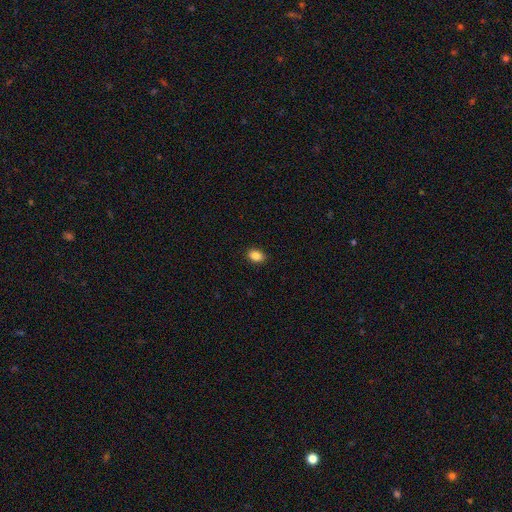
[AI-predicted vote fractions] Smooth or featured: smooth — 87% (star or artifact — 9%)
How rounded: in between — 78% (round — 21%)
Merging: none — 89% (minor disturbance — 8%)